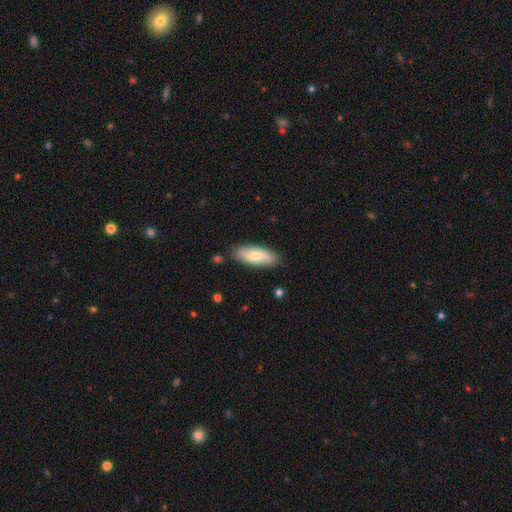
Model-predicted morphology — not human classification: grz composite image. It shows a smooth galaxy with no disk features (64%) that is in between round and cigar-shaped (76%). Merging: none (84%).